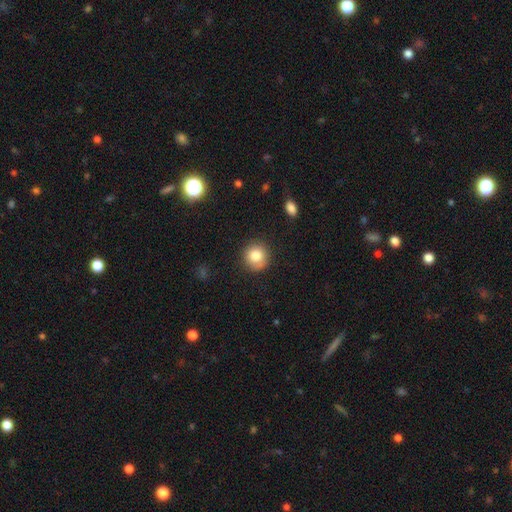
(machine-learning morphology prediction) The model was most divided on "merging": none: 83%, minor disturbance: 12%, major disturbance: 3%, merger: 2%. More confident: how rounded — round (91%); smooth or featured — smooth (82%).